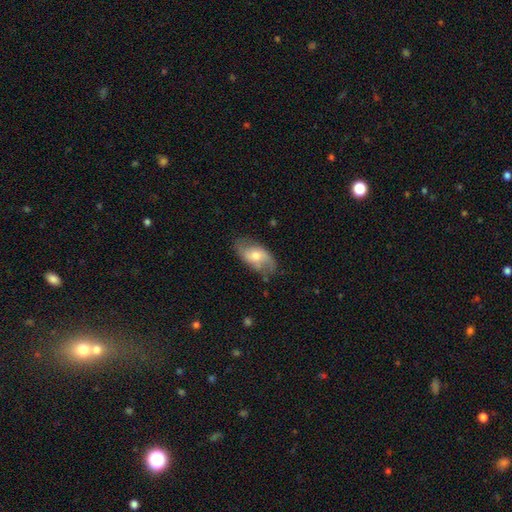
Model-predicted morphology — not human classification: Smooth or featured? Predicted: featured or disk (p=0.52). Edge-on disk? Predicted: no (p=0.92). Merging? Predicted: none (p=0.71).